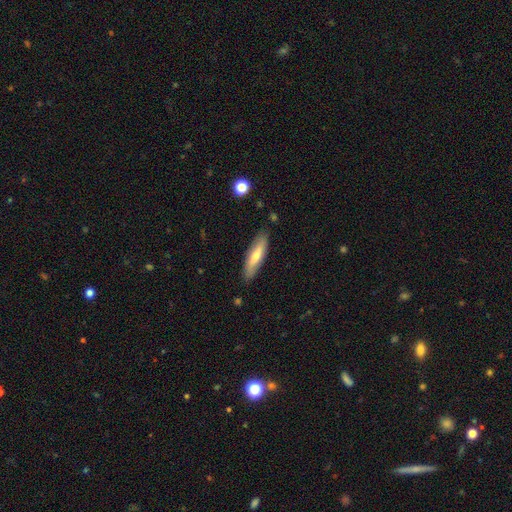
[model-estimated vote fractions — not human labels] Overall: smooth (60%; featured or disk 34%). How rounded: cigar-shaped (67%; in between 31%). Merging: none (86%).